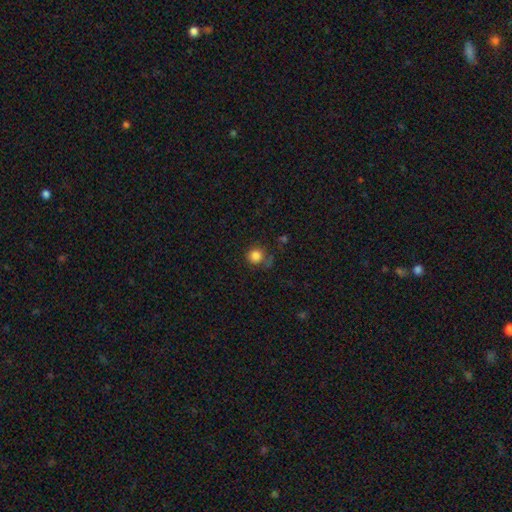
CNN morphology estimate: smooth-or-featured: smooth: 84% | star or artifact: 11% | featured or disk: 5%
  how-rounded: round: 92% | in between: 7% | cigar-shaped: 1%
  merging: none: 72% | minor disturbance: 17% | major disturbance: 7% | merger: 4%